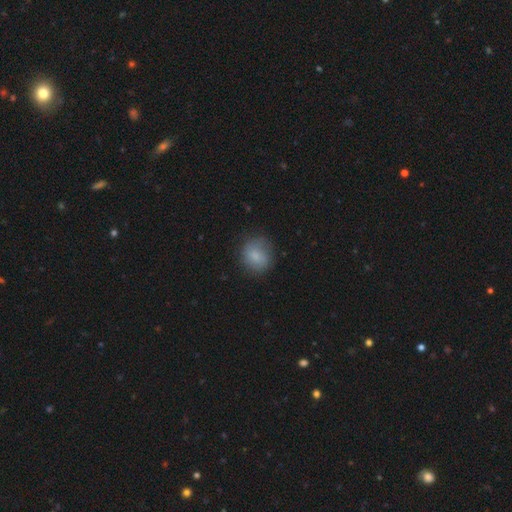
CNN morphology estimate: Q: Smooth or featured?
A: smooth (80%); runner-up: featured or disk (12%)
Q: How rounded?
A: round (74%); runner-up: in between (25%)
Q: Merging?
A: none (74%); runner-up: minor disturbance (19%)